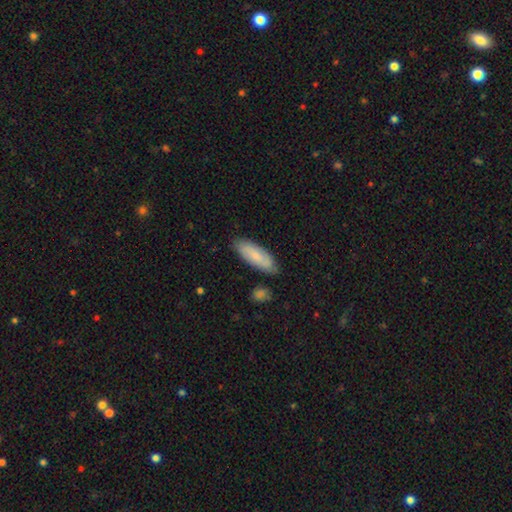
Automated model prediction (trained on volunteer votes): smooth_or_featured: smooth (p=0.73) [alt: featured or disk p=0.22]
how_rounded: in between (p=0.64) [alt: cigar-shaped p=0.34]
merging: none (p=0.80) [alt: minor disturbance p=0.15]